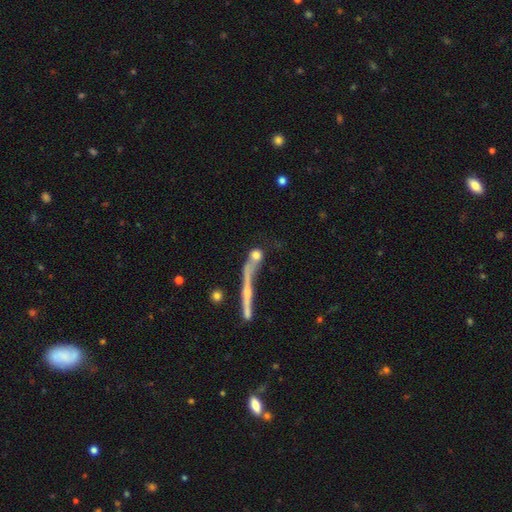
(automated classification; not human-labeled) smooth 56%, featured or disk 31%, star or artifact 13%. Down the decision tree: how rounded — round (60%); merging — none (42%).